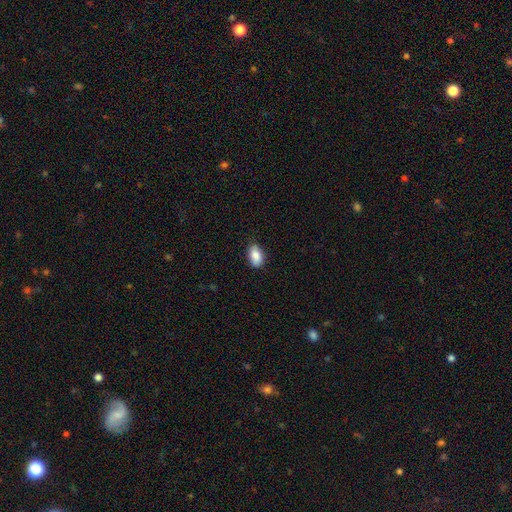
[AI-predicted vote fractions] This appears to be a smooth galaxy with no disk features (87%) that is in between round and cigar-shaped (92%). Merging: none (80%).